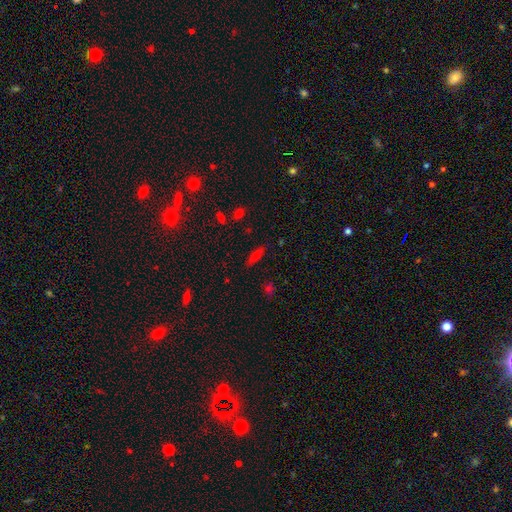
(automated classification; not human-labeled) Q: Smooth or featured?
A: smooth (64%); runner-up: featured or disk (21%)
Q: How rounded?
A: cigar-shaped (61%); runner-up: in between (35%)
Q: Merging?
A: none (85%); runner-up: minor disturbance (11%)